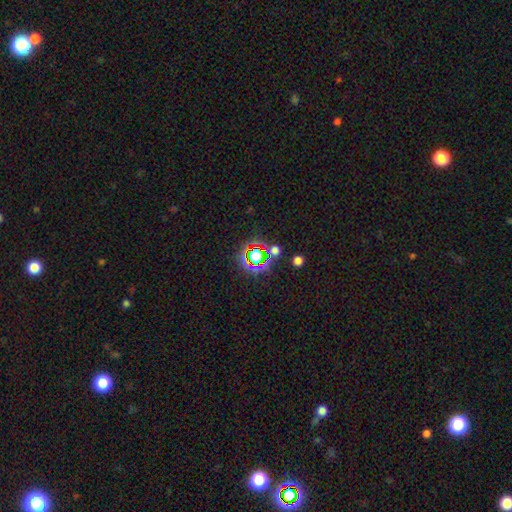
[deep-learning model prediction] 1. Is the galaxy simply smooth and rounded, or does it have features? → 64% star or artifact, 24% smooth, 11% featured or disk.